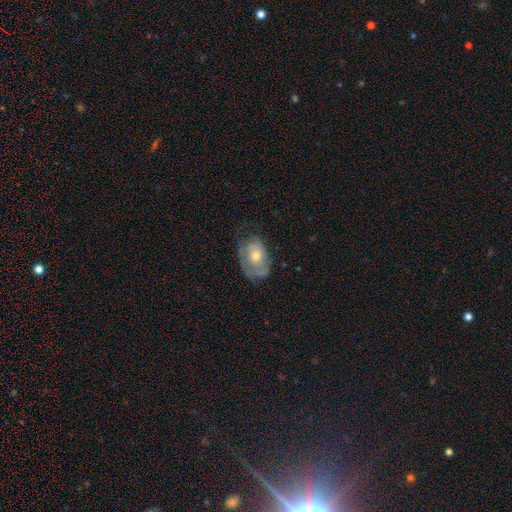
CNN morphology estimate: Q: Smooth or featured?
A: featured or disk (50%); runner-up: smooth (43%)
Q: Edge-on disk?
A: no (94%); runner-up: yes (6%)
Q: Merging?
A: none (50%); runner-up: minor disturbance (31%)